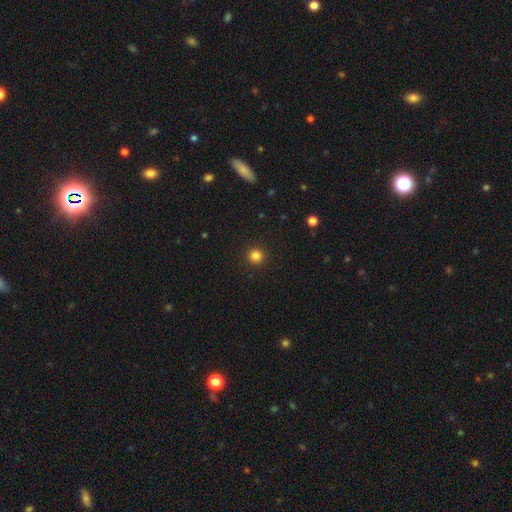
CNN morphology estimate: A smooth galaxy with no disk features (84%) that is round (95%). Merging: none (93%).